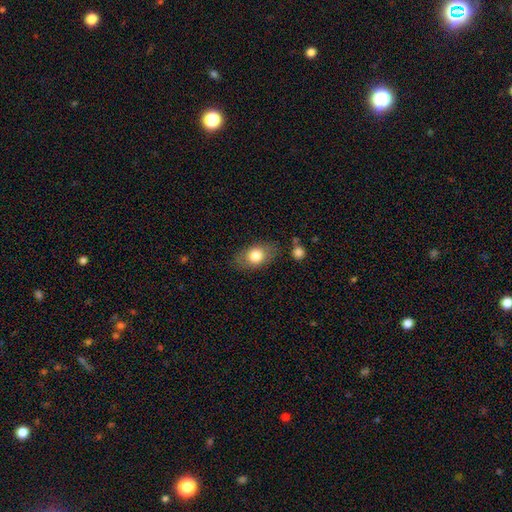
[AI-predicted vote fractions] Overall: smooth (76%). How rounded: in between (79%). Merging: none (76%).